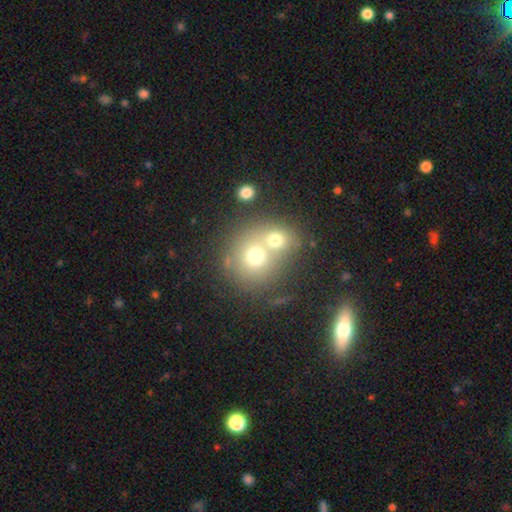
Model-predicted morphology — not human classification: type=smooth (66%); roundness=round (81%); merging=merger (56%).